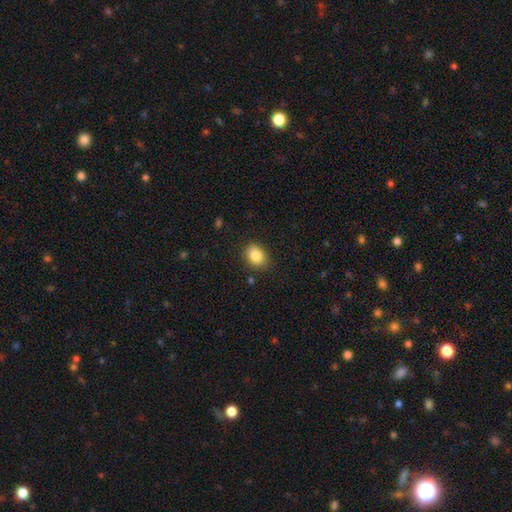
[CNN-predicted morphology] Smooth or featured? Predicted: smooth (p=0.84). How rounded? Predicted: in between (p=0.63). Merging? Predicted: none (p=0.85).